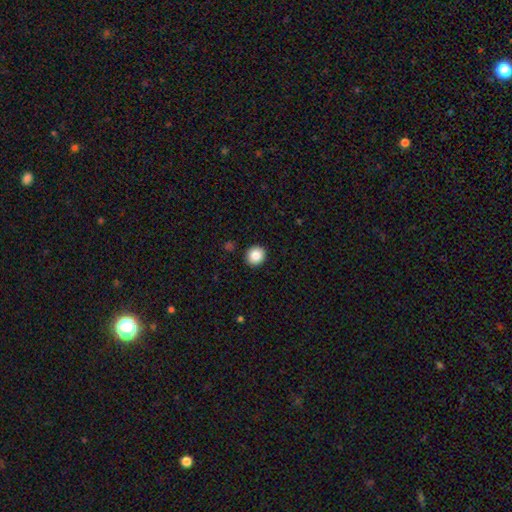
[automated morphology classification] Smooth or featured? Predicted: smooth (p=0.85). How rounded? Predicted: round (p=0.88). Merging? Predicted: none (p=0.92).